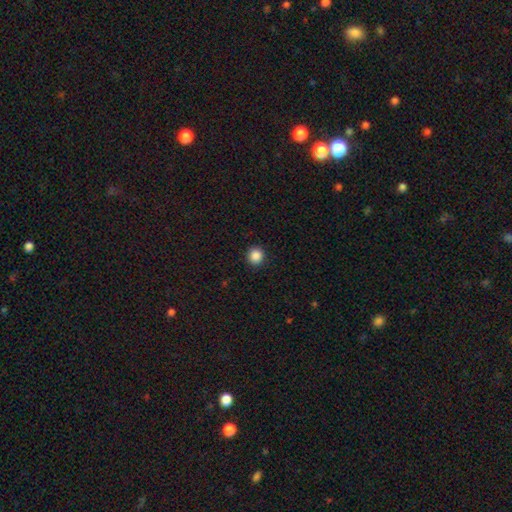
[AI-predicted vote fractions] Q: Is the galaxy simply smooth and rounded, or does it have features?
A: smooth — 87%.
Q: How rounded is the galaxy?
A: round — 93%.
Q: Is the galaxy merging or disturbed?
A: none — 93%.